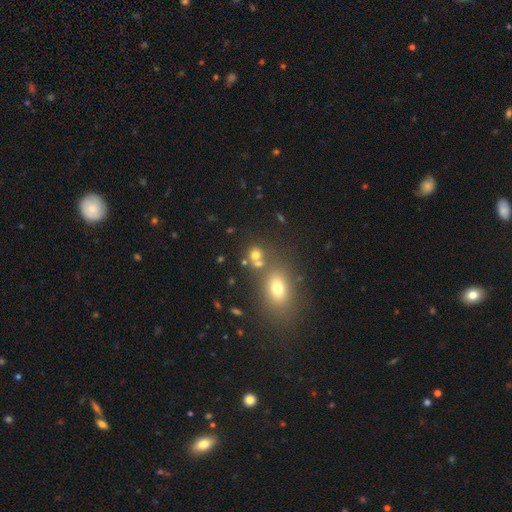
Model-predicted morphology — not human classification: smooth_or_featured: smooth (p=0.70) [alt: star or artifact p=0.19]
how_rounded: round (p=0.78) [alt: in between p=0.21]
merging: none (p=0.58) [alt: merger p=0.29]